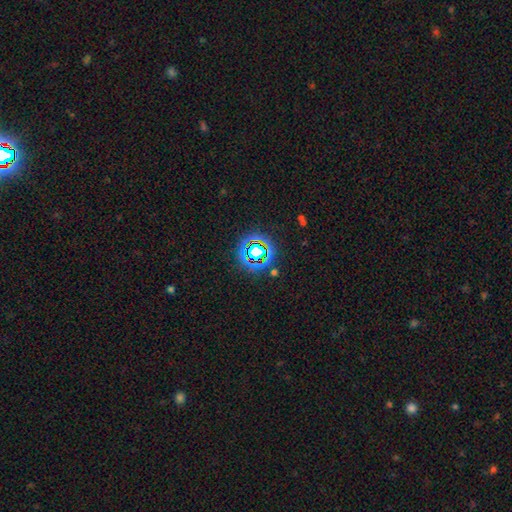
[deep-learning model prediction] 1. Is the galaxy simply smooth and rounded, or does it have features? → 70% star or artifact, 17% smooth, 13% featured or disk.